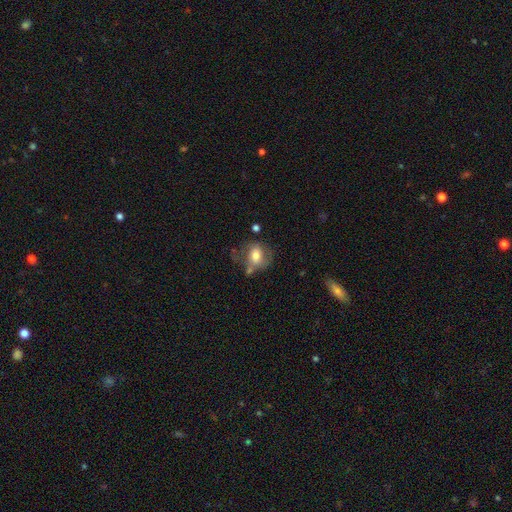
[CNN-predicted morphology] smooth 60%, featured or disk 32%, star or artifact 8%. Down the decision tree: how rounded — in between (61%); merging — none (46%).